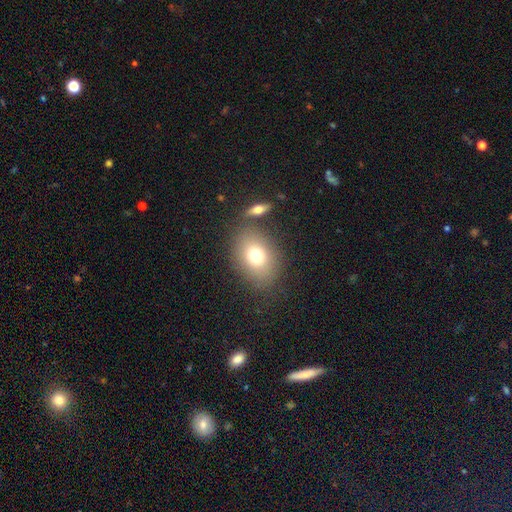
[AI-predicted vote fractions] Smooth or featured?
  - smooth: 73% *
  - featured or disk: 15%
  - star or artifact: 12%
How rounded?
  - in between: 65% *
  - round: 34%
  - cigar-shaped: 1%
Merging?
  - none: 75% *
  - minor disturbance: 11%
  - merger: 9%
  - major disturbance: 5%